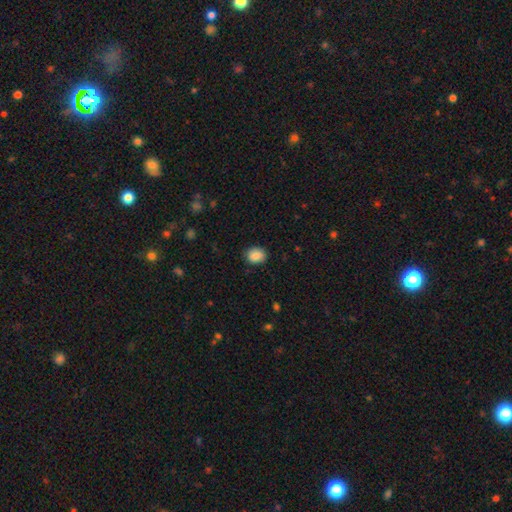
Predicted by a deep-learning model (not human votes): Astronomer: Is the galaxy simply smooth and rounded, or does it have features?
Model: smooth — 87%.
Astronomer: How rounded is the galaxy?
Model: in between — 53% (runner-up: round, 46%).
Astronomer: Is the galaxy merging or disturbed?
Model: none — 85%.